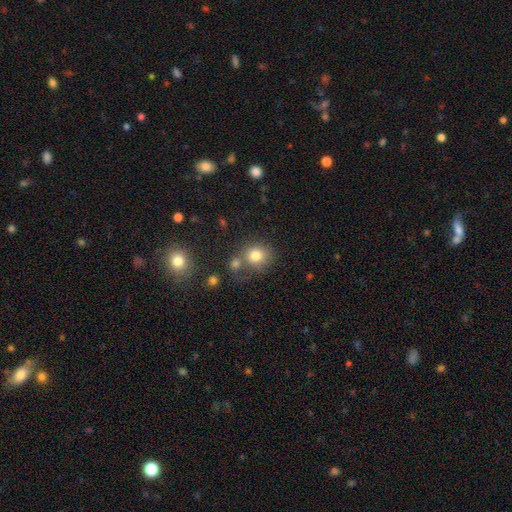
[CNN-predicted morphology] The model was most divided on "merging": none: 58%, merger: 24%, minor disturbance: 13%, major disturbance: 6%. More confident: smooth or featured — smooth (79%); how rounded — round (79%).